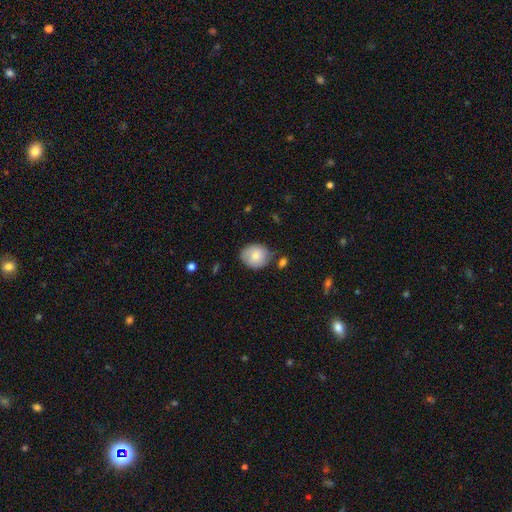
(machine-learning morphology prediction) This appears to be a smooth galaxy with no disk features (78%) that is round (69%). Merging: none (67%).